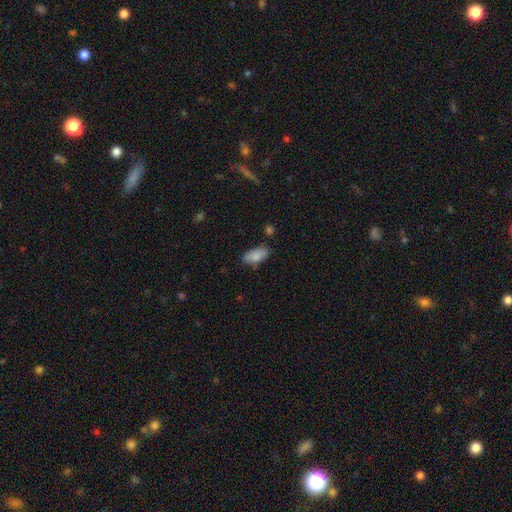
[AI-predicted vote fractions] Smooth or featured?
  - smooth: 82% *
  - featured or disk: 11%
  - star or artifact: 7%
How rounded?
  - in between: 90% *
  - cigar-shaped: 7%
  - round: 2%
Merging?
  - none: 74% *
  - minor disturbance: 19%
  - major disturbance: 4%
  - merger: 3%